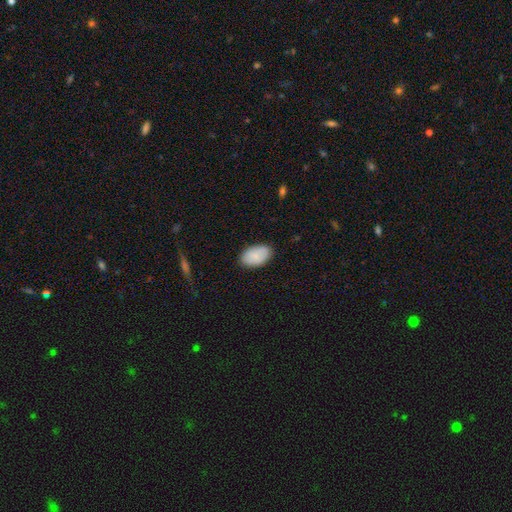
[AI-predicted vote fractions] smooth-or-featured: smooth: 83% | featured or disk: 11% | star or artifact: 6%
  how-rounded: in between: 93% | round: 6% | cigar-shaped: 1%
  merging: none: 84% | minor disturbance: 12% | major disturbance: 2% | merger: 1%